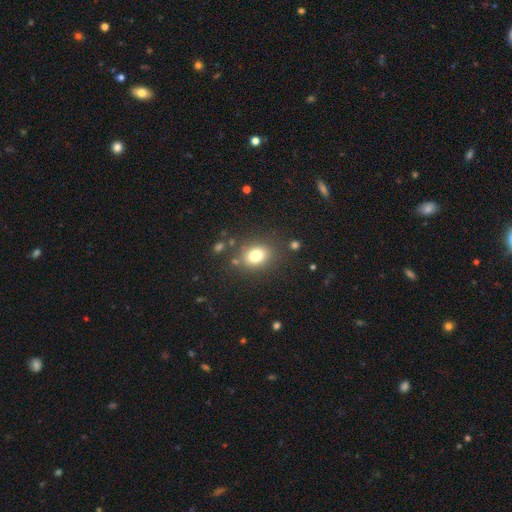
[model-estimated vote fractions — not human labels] Q: Smooth or featured?
A: smooth (80%); runner-up: star or artifact (11%)
Q: How rounded?
A: in between (56%); runner-up: round (43%)
Q: Merging?
A: none (80%); runner-up: minor disturbance (11%)